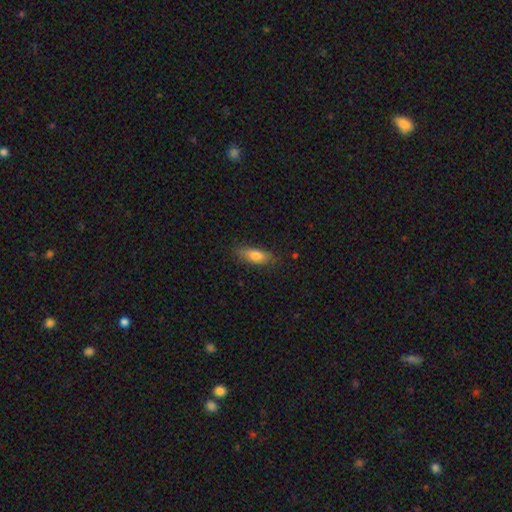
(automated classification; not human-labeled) Smooth or featured? smooth (77%)
How rounded? in between (61%)
Merging? none (78%)